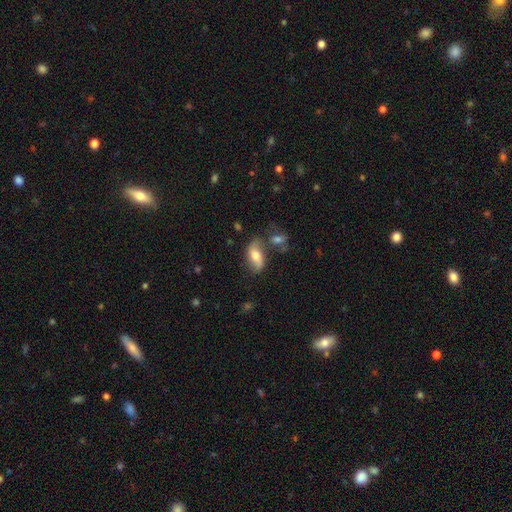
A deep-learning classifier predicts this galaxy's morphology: Overall: smooth (54%; featured or disk 38%). How rounded: in between (86%). Merging: none (56%; minor disturbance 20%).